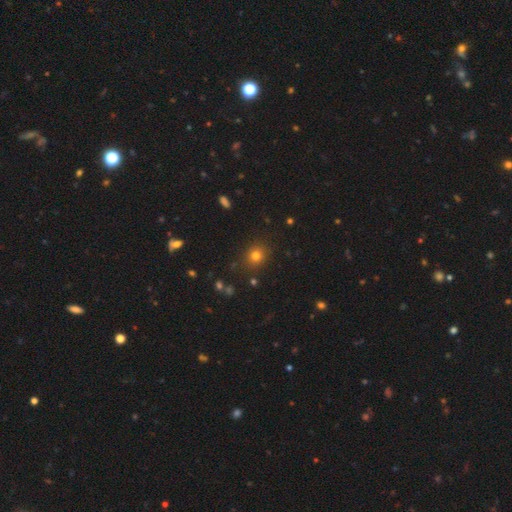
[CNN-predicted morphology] The model was most divided on "smooth or featured": smooth: 77%, star or artifact: 16%, featured or disk: 7%. More confident: merging — none (86%); how rounded — round (82%).